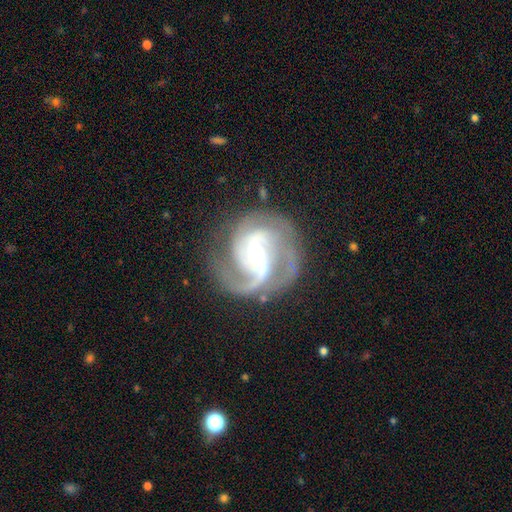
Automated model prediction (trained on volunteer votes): smooth-or-featured: featured or disk: 91% | star or artifact: 5% | smooth: 4%
  disk-edge-on: no: 98% | yes: 2%
    bar: weak: 44% | strong: 30% | no: 26%
    has-spiral-arms: yes: 98% | no: 2%
      spiral-winding: medium: 49% | tight: 40% | loose: 11%
      spiral-arm-count: 2: 49% | 3: 32% | can't tell: 7% | 1: 5% | 4: 4% | more than 4: 3%
    bulge-size: moderate: 54% | small: 40% | large: 4% | none: 1% | dominant: 1%
  merging: none: 66% | minor disturbance: 18% | major disturbance: 13% | merger: 3%